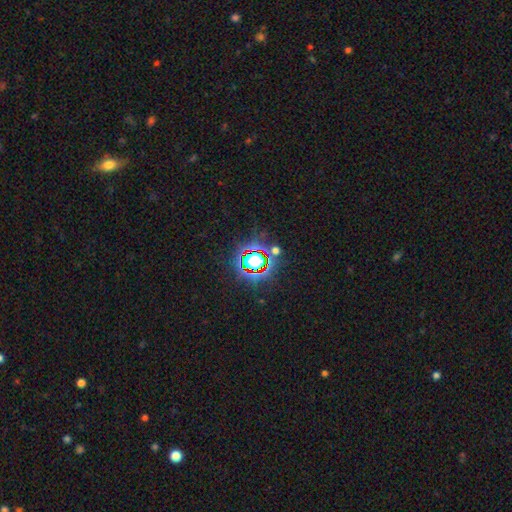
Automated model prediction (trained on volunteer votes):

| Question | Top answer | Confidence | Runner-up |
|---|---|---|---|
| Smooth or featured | star or artifact | 68% | smooth (21%) |